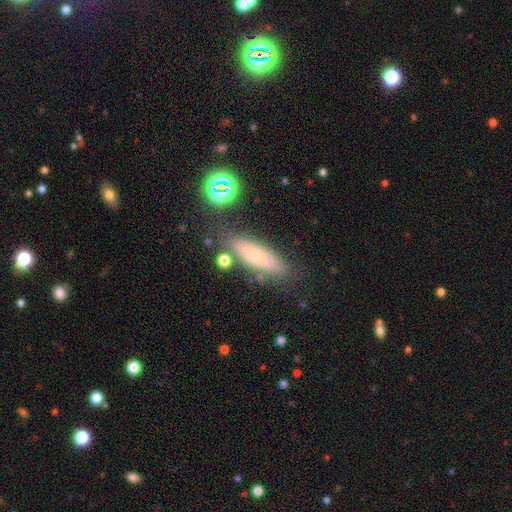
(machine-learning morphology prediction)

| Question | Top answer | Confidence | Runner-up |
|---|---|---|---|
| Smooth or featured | smooth | 63% | featured or disk (25%) |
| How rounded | cigar-shaped | 51% | in between (45%) |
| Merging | none | 76% | minor disturbance (14%) |